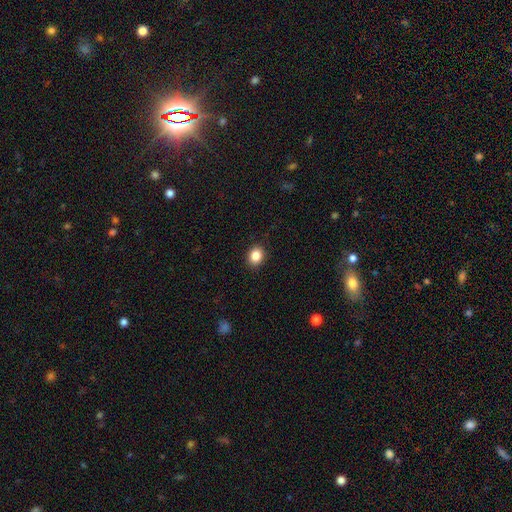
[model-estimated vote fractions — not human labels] The model was most divided on "how rounded": round: 54%, in between: 45%, cigar-shaped: 1%. More confident: merging — none (90%); smooth or featured — smooth (86%).